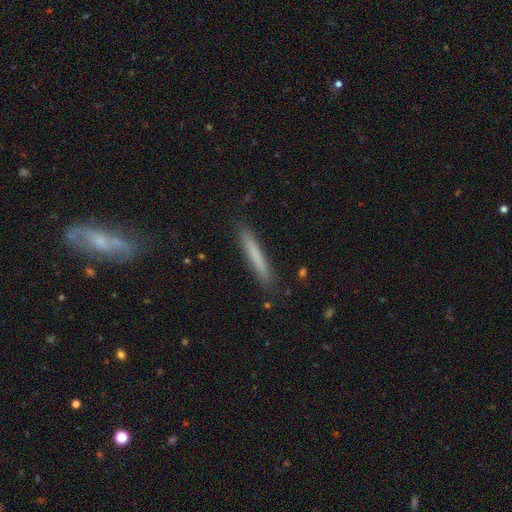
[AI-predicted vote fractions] The model was most divided on "smooth or featured": smooth: 73%, featured or disk: 20%, star or artifact: 7%. More confident: how rounded — cigar-shaped (96%); merging — none (89%).